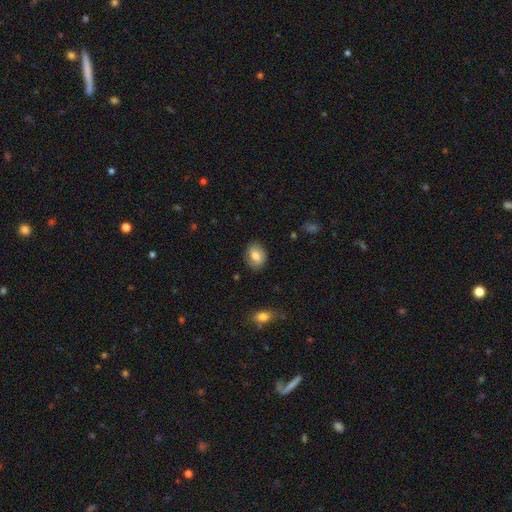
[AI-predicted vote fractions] Overall: smooth (70%). How rounded: in between (65%; round 34%). Merging: none (81%).